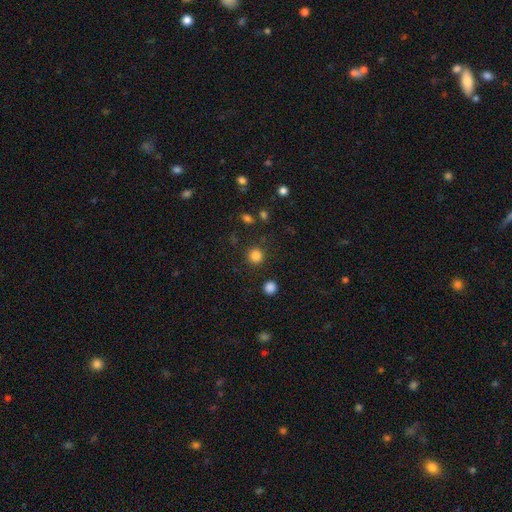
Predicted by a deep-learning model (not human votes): Q: Smooth or featured?
A: smooth (84%); runner-up: star or artifact (12%)
Q: How rounded?
A: round (94%); runner-up: in between (5%)
Q: Merging?
A: none (90%); runner-up: minor disturbance (6%)